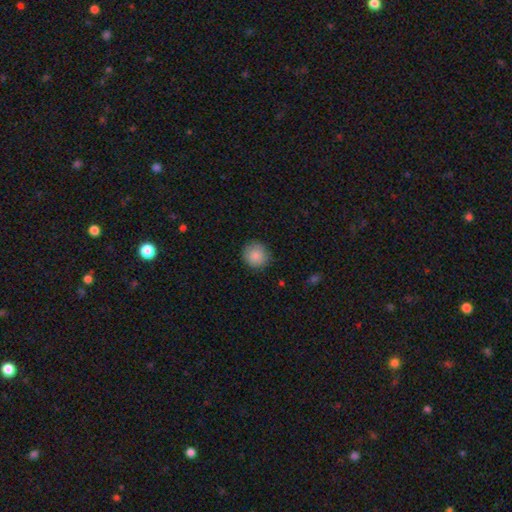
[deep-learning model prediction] Smooth or featured? Predicted: smooth (p=0.86). How rounded? Predicted: round (p=0.92). Merging? Predicted: none (p=0.87).